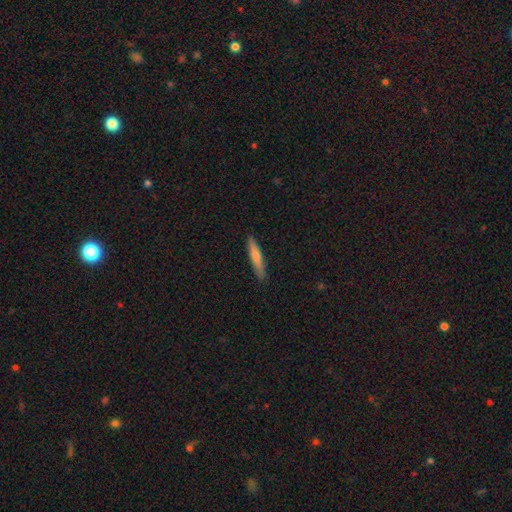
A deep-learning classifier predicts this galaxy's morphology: smooth 55%, featured or disk 39%, star or artifact 7%. Down the decision tree: how rounded — cigar-shaped (93%); merging — none (90%).